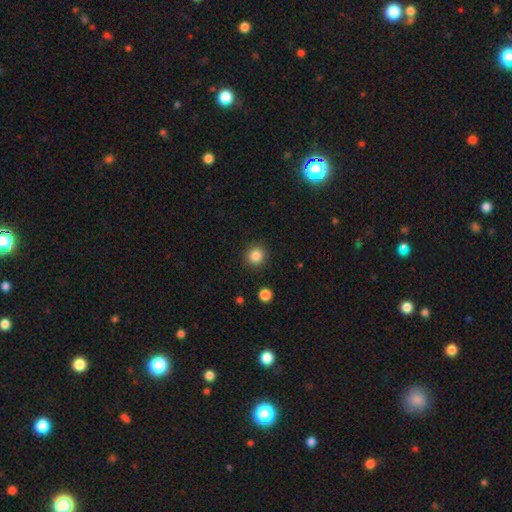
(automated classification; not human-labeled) The model was most divided on "smooth or featured": smooth: 85%, star or artifact: 11%, featured or disk: 4%. More confident: merging — none (91%); how rounded — round (90%).